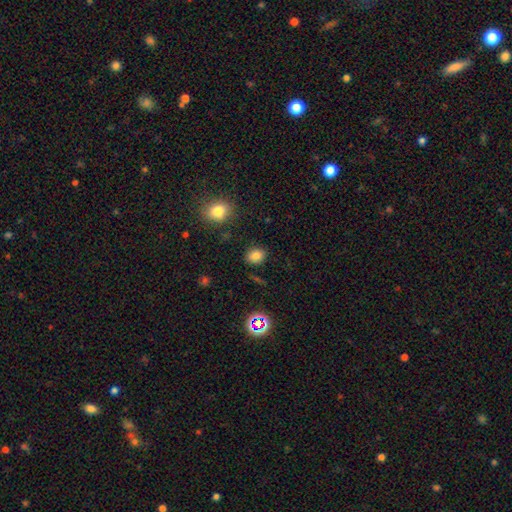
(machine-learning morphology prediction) Smooth or featured? Predicted: smooth (p=0.80). How rounded? Predicted: in between (p=0.50). Merging? Predicted: none (p=0.86).